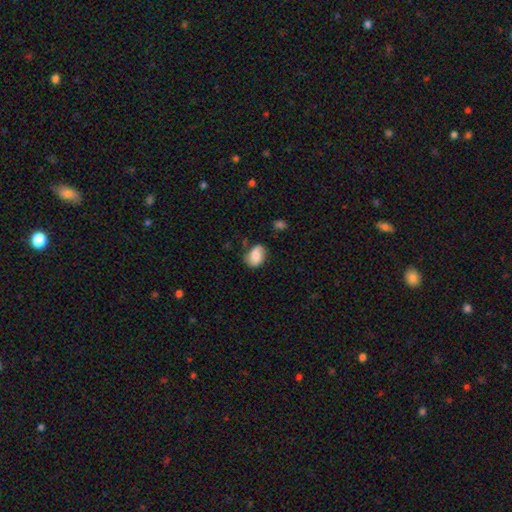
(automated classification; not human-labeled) A smooth galaxy with no disk features (57%) that is in between round and cigar-shaped (68%). Merging: none (64%).